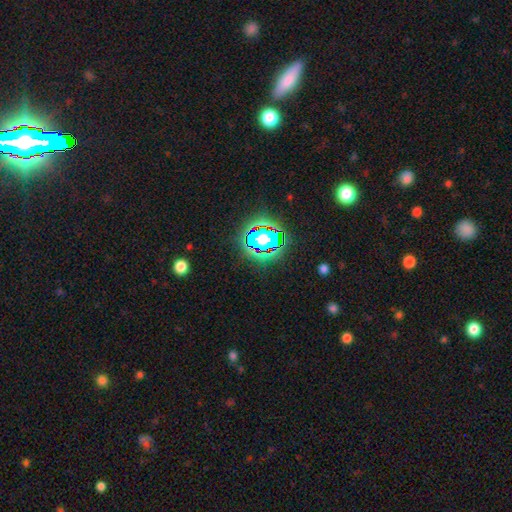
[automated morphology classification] The model was most divided on "smooth or featured": star or artifact: 80%, smooth: 13%, featured or disk: 7%.